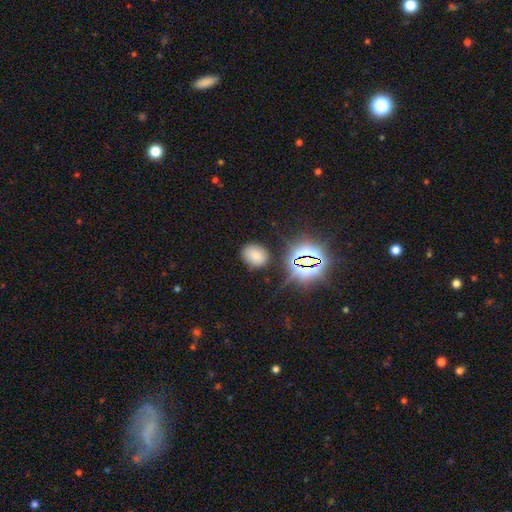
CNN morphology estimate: Q: Smooth or featured?
A: smooth (69%); runner-up: star or artifact (22%)
Q: How rounded?
A: in between (54%); runner-up: round (45%)
Q: Merging?
A: none (83%); runner-up: minor disturbance (11%)